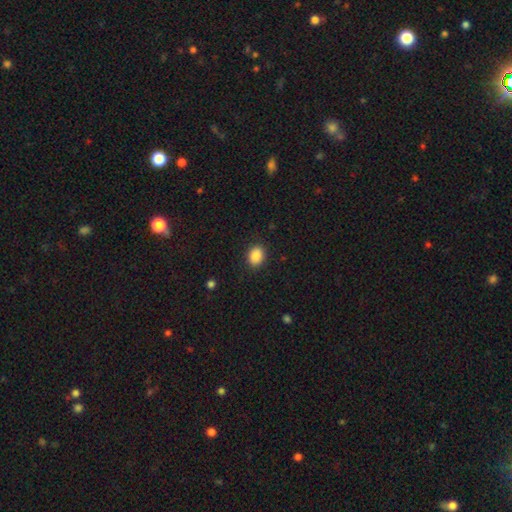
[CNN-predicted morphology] Smooth or featured: smooth — 88% (star or artifact — 8%)
How rounded: in between — 66% (round — 33%)
Merging: none — 88% (minor disturbance — 8%)